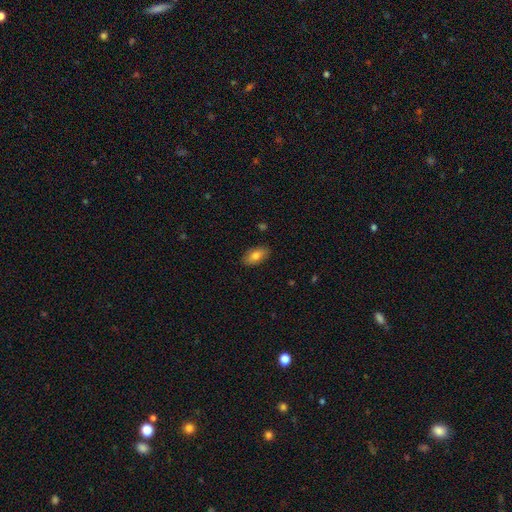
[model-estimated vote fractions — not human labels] Smooth or featured? Predicted: smooth (p=0.78). How rounded? Predicted: in between (p=0.90). Merging? Predicted: none (p=0.87).